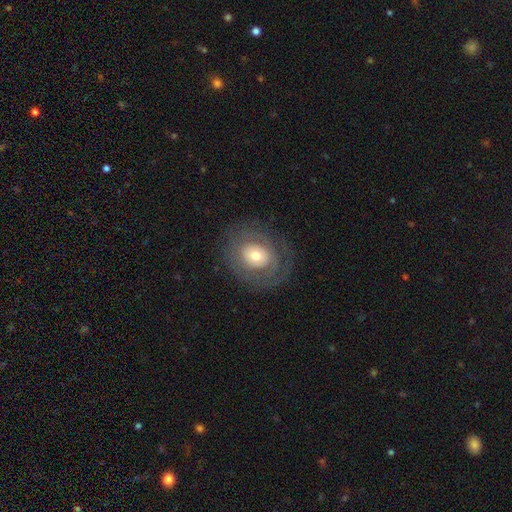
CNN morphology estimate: Smooth or featured? Predicted: smooth (p=0.47). Merging? Predicted: none (p=0.78).